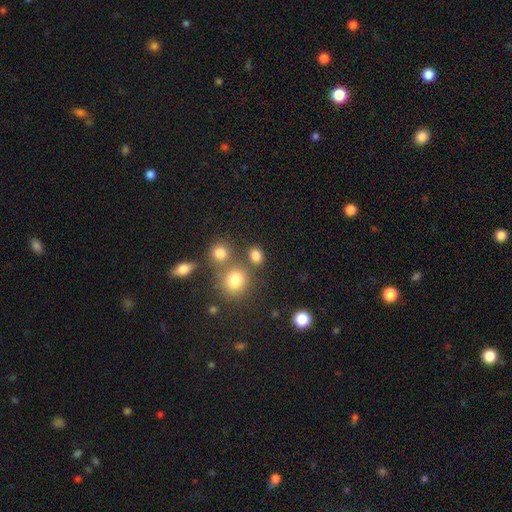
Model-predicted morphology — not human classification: Smooth or featured: smooth — 80% (star or artifact — 14%)
How rounded: round — 53% (in between — 45%)
Merging: none — 70% (merger — 16%)